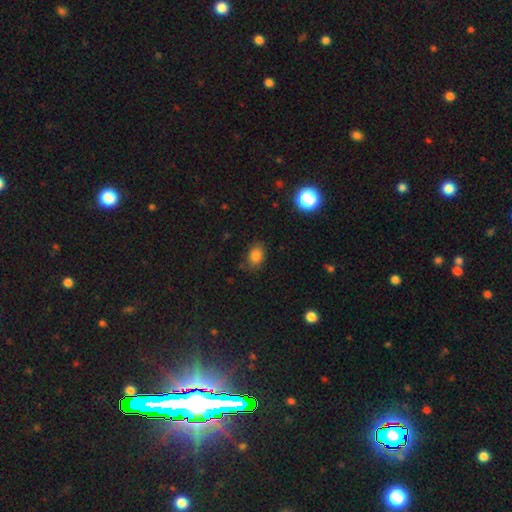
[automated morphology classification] The model was most divided on "how rounded": in between: 70%, round: 28%, cigar-shaped: 1%. More confident: smooth or featured — smooth (82%); merging — none (77%).